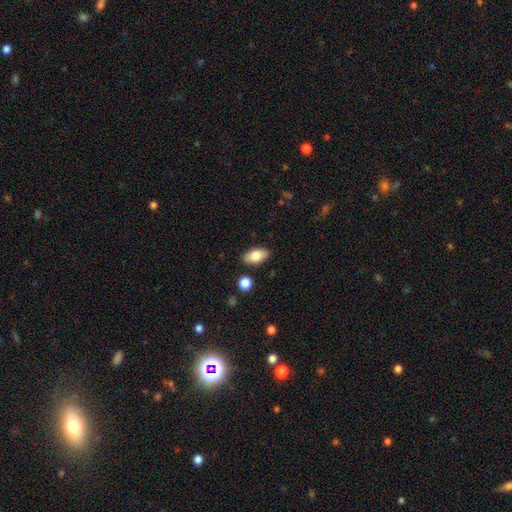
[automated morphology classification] Smooth or featured? Predicted: smooth (p=0.80). How rounded? Predicted: in between (p=0.91). Merging? Predicted: none (p=0.86).